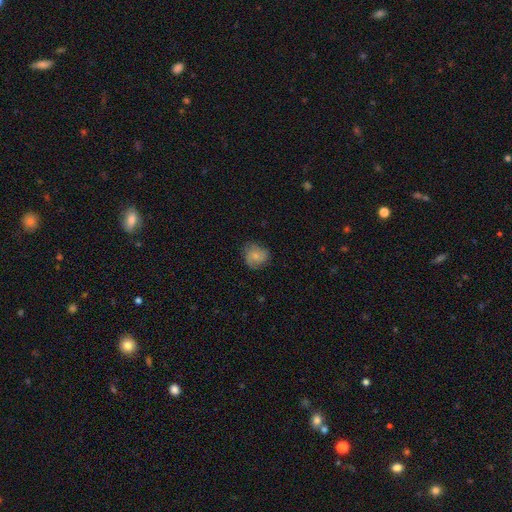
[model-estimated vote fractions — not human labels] Smooth or featured?
  - smooth: 55% *
  - featured or disk: 37%
  - star or artifact: 8%
How rounded?
  - round: 76% *
  - in between: 23%
  - cigar-shaped: 1%
Merging?
  - none: 69% *
  - minor disturbance: 23%
  - major disturbance: 7%
  - merger: 1%